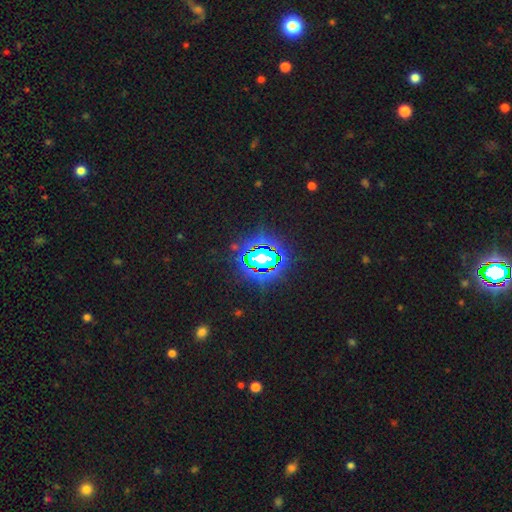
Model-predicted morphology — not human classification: A star or artifact, not a galaxy (81%).